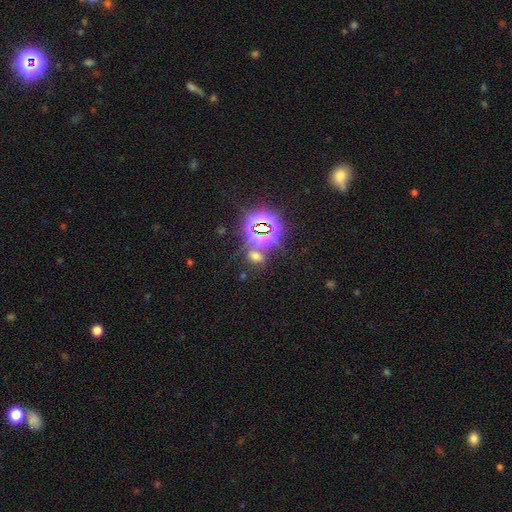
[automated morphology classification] Smooth or featured: star or artifact — 51% (smooth — 41%)